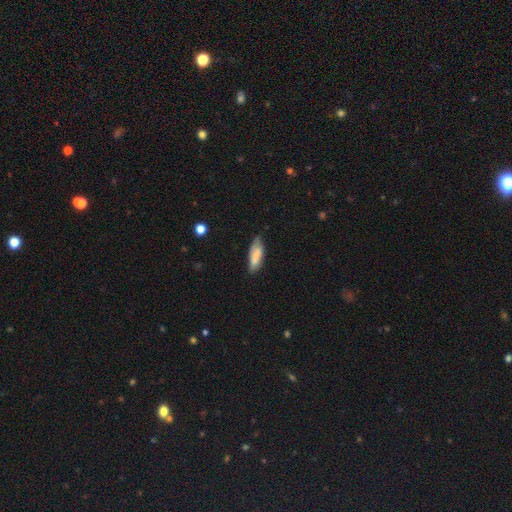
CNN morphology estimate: A smooth galaxy with no disk features (76%) that is in between round and cigar-shaped (60%).

Vote fractions:
- Smooth or featured? smooth: 76% / featured or disk: 18% / star or artifact: 7%
- How rounded? in between: 60% / cigar-shaped: 38% / round: 2%
- Merging? none: 67% / minor disturbance: 26% / major disturbance: 5% / merger: 2%